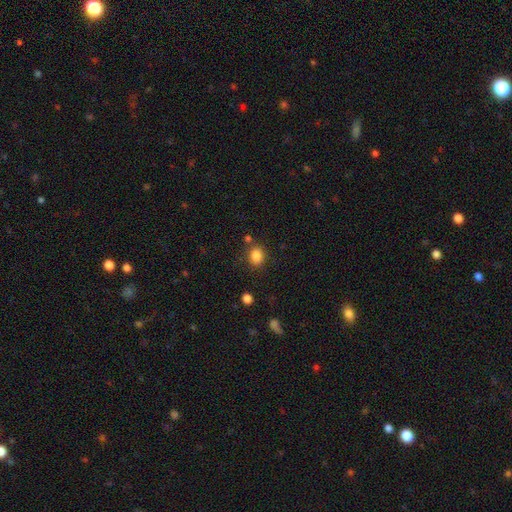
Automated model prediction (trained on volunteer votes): Morphology: type=smooth (85%); roundness=in between (50%); merging=none (78%).